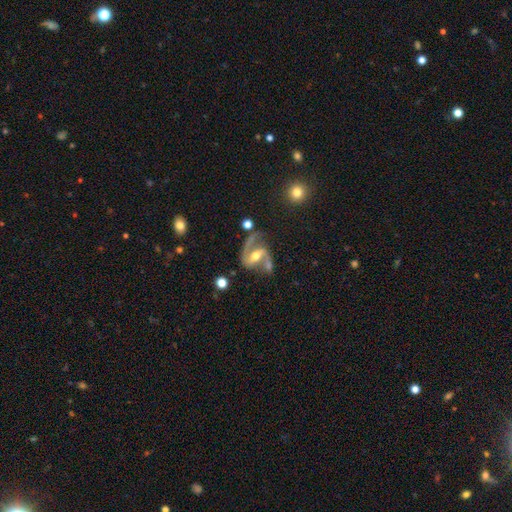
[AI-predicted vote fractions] Q: Smooth or featured?
A: featured or disk (88%); runner-up: smooth (6%)
Q: Edge-on disk?
A: no (97%); runner-up: yes (3%)
Q: Bar?
A: strong (42%); runner-up: weak (38%)
Q: Spiral arms?
A: yes (96%); runner-up: no (4%)
Q: Spiral winding?
A: medium (53%); runner-up: loose (33%)
Q: Spiral arm count?
A: 2 (88%); runner-up: 1 (6%)
Q: Bulge size?
A: moderate (67%); runner-up: small (26%)
Q: Merging?
A: none (55%); runner-up: minor disturbance (19%)